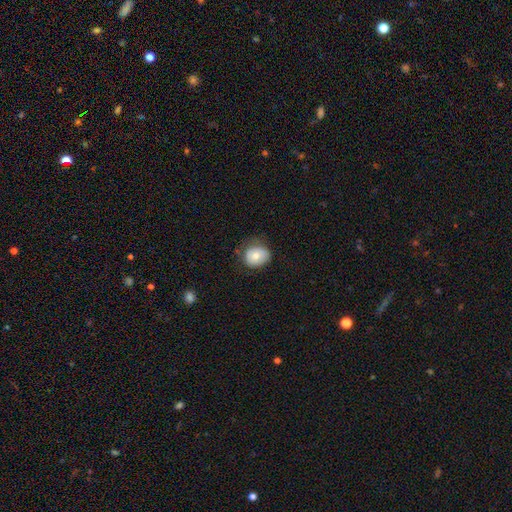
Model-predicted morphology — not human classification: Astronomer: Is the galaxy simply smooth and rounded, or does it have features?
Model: smooth — 72%.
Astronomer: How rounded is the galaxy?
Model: round — 71%.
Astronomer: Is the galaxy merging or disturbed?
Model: none — 65%.